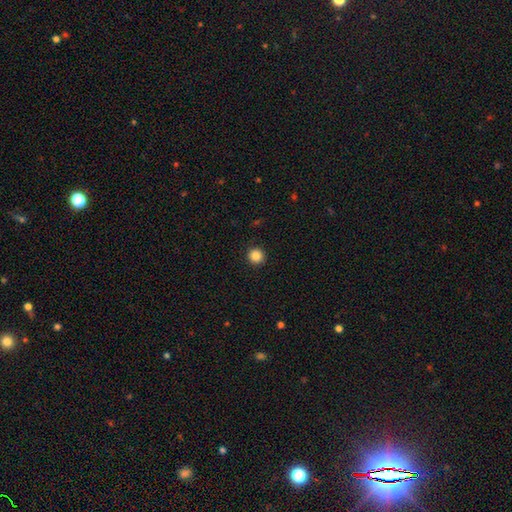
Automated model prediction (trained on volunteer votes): A smooth galaxy with no disk features (86%) that is round (95%). Merging: none (93%).